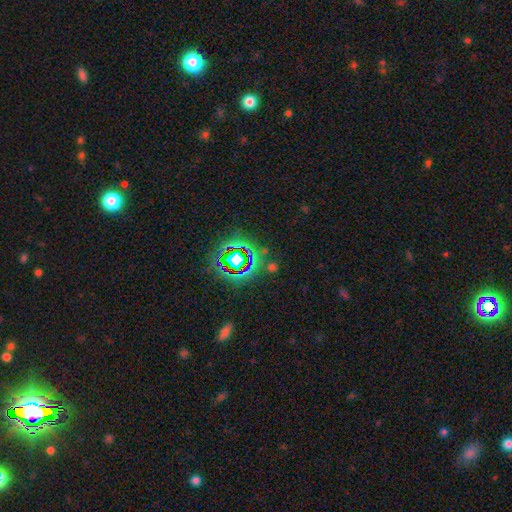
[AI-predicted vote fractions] Q: Smooth or featured?
A: star or artifact (66%); runner-up: smooth (19%)